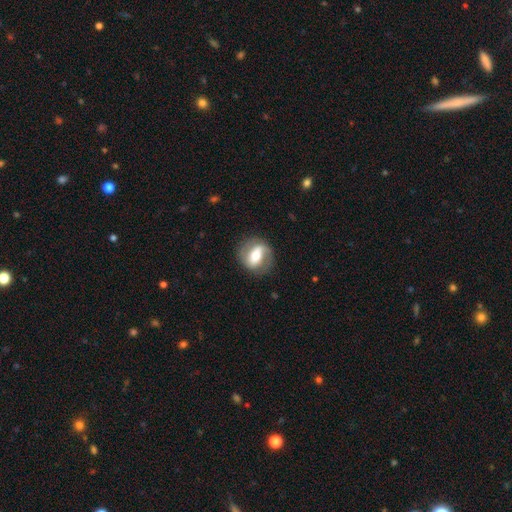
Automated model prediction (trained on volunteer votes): Smooth or featured? Predicted: featured or disk (p=0.64). Edge-on disk? Predicted: no (p=0.94). Bar? Predicted: strong (p=0.46). Spiral arms? Predicted: yes (p=0.75). Bulge size? Predicted: moderate (p=0.63). Merging? Predicted: none (p=0.78).